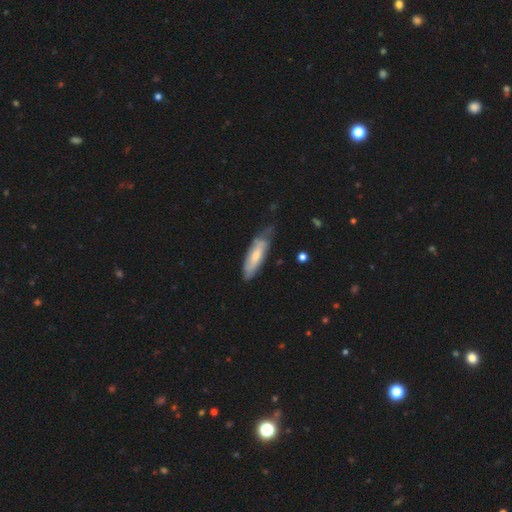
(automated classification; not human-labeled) A smooth galaxy with no disk features (57%) that is cigar-shaped (52%).

Vote fractions:
- Smooth or featured? smooth: 57% / featured or disk: 37% / star or artifact: 5%
- How rounded? cigar-shaped: 52% / in between: 46% / round: 1%
- Merging? none: 52% / minor disturbance: 36% / major disturbance: 10% / merger: 2%